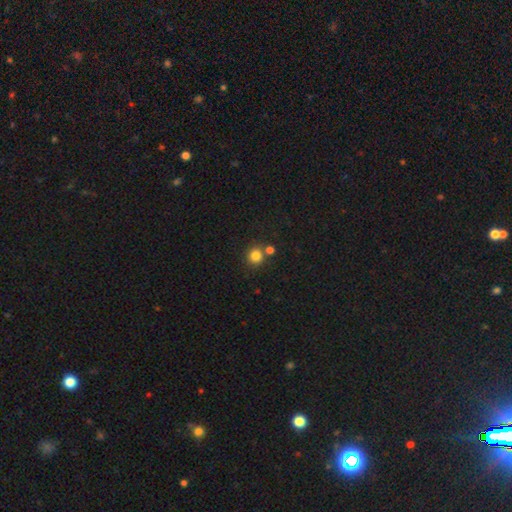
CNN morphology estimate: type=smooth (83%); roundness=round (91%); merging=none (73%).